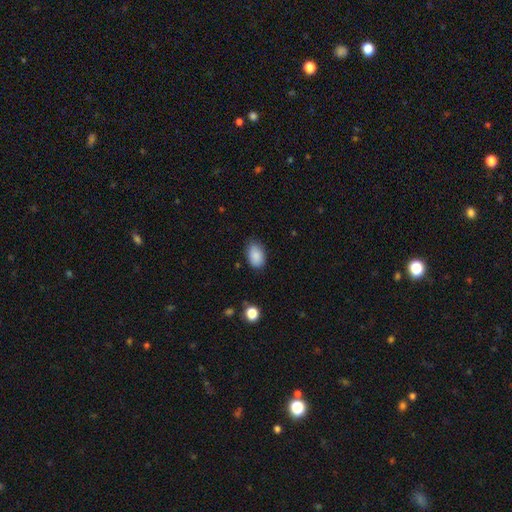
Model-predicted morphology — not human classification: Smooth or featured: smooth — 87% (star or artifact — 7%)
How rounded: in between — 89% (round — 10%)
Merging: none — 79% (minor disturbance — 17%)